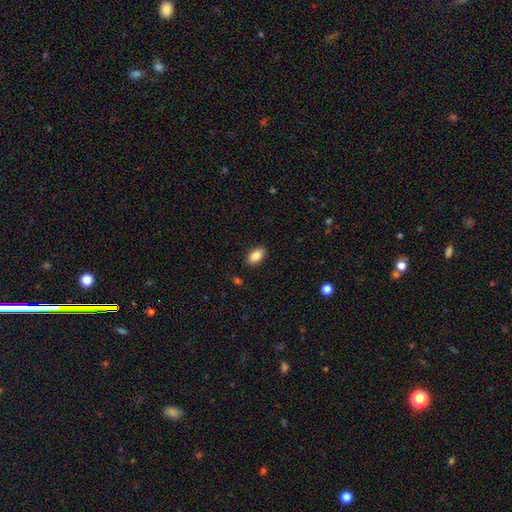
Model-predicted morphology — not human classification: A smooth galaxy with no disk features (87%) that is in between round and cigar-shaped (92%).

Vote fractions:
- Smooth or featured? smooth: 87% / star or artifact: 7% / featured or disk: 5%
- How rounded? in between: 92% / round: 5% / cigar-shaped: 2%
- Merging? none: 88% / minor disturbance: 8% / major disturbance: 2% / merger: 1%